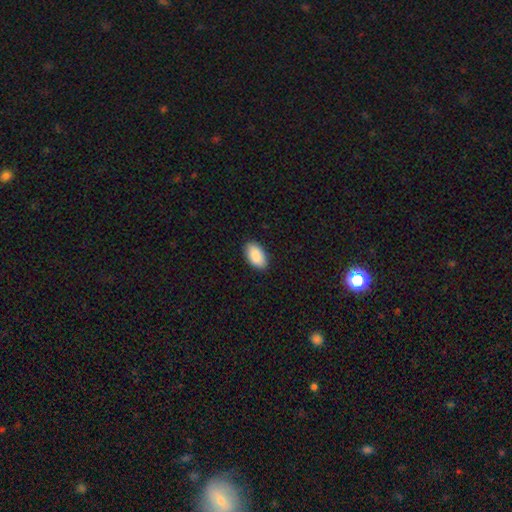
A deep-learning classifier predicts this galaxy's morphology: This is clearly a smooth galaxy (91%). How rounded: clearly in between (95%). Merging: clearly none (89%).